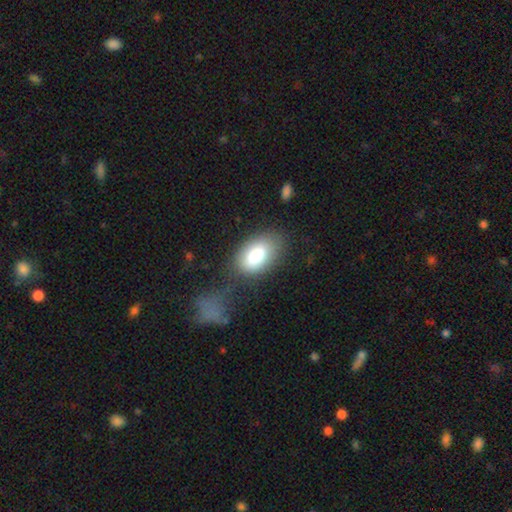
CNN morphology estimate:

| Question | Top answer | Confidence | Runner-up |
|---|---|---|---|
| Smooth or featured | smooth | 81% | featured or disk (11%) |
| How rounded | in between | 92% | round (7%) |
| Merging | none | 69% | minor disturbance (17%) |